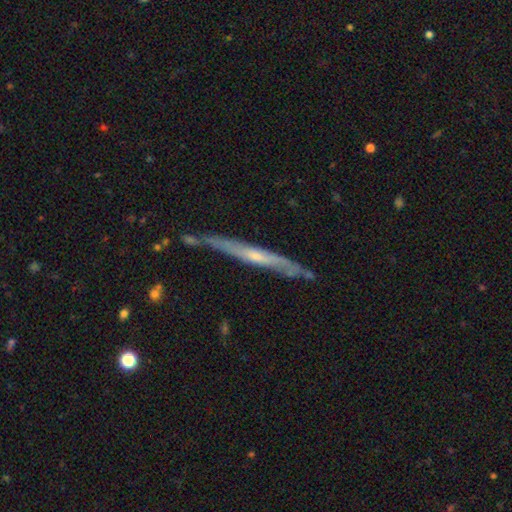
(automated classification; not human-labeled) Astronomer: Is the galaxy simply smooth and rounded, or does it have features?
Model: featured or disk — 67%.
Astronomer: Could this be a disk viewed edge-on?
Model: yes — 89%.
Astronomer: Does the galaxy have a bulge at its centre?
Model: none — 51% (runner-up: rounded, 44%).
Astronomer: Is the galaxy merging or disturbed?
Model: none — 65%.